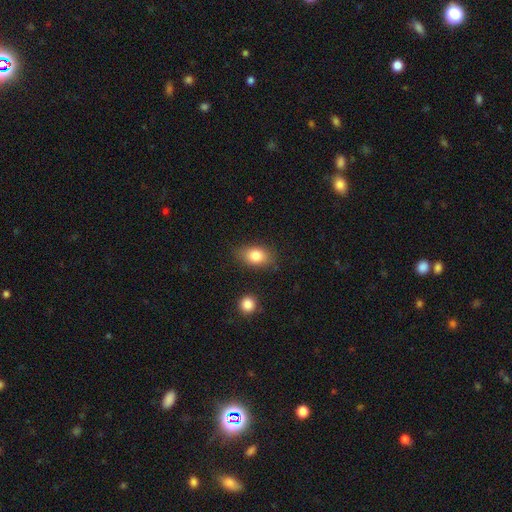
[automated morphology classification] smooth_or_featured: smooth (p=0.81) [alt: featured or disk p=0.10]
how_rounded: in between (p=0.82) [alt: round p=0.16]
merging: none (p=0.79) [alt: minor disturbance p=0.15]